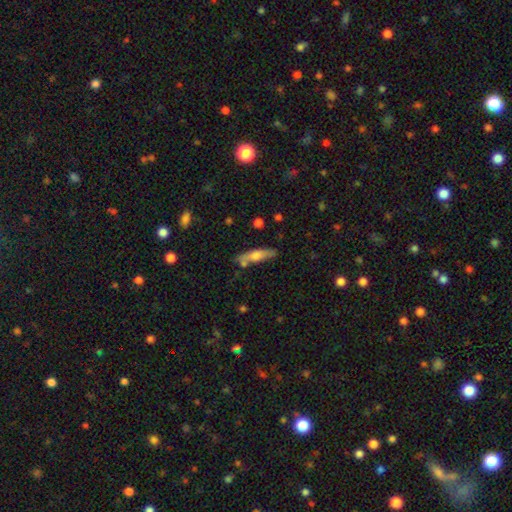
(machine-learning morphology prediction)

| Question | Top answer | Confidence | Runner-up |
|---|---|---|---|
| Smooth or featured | smooth | 57% | featured or disk (36%) |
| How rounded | cigar-shaped | 70% | in between (28%) |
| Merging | none | 70% | minor disturbance (18%) |